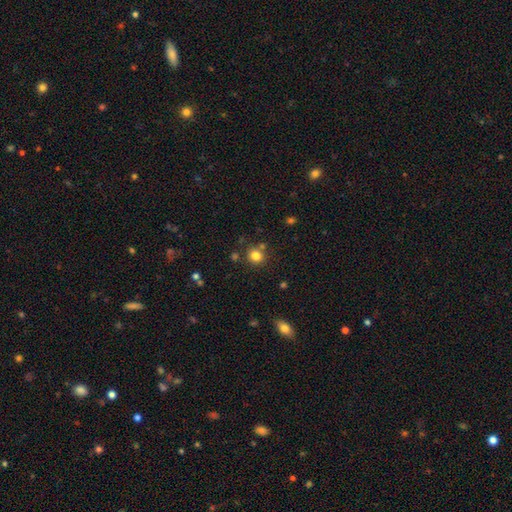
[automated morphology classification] A smooth galaxy with no disk features (80%) that is round (86%).

Vote fractions:
- Smooth or featured? smooth: 80% / star or artifact: 13% / featured or disk: 6%
- How rounded? round: 86% / in between: 13% / cigar-shaped: 1%
- Merging? none: 78% / minor disturbance: 10% / merger: 9% / major disturbance: 3%